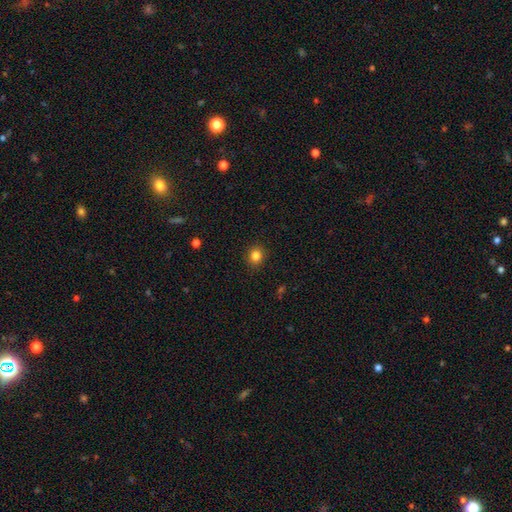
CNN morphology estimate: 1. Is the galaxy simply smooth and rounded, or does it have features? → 83% smooth, 12% star or artifact, 5% featured or disk.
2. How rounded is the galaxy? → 82% round, 17% in between, 1% cigar-shaped.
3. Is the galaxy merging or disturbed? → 90% none, 7% minor disturbance, 2% major disturbance, 1% merger.